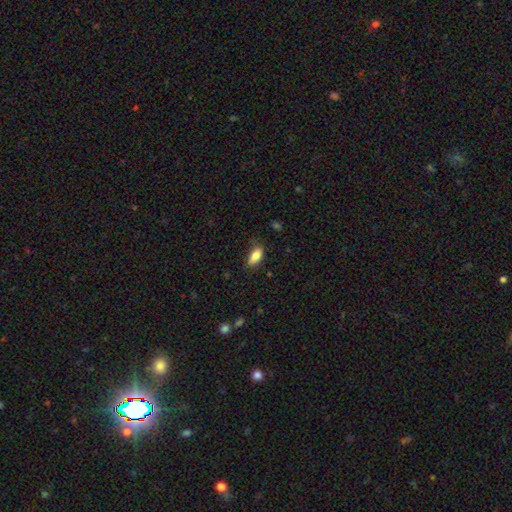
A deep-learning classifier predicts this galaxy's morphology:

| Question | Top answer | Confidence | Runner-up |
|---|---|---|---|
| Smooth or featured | smooth | 83% | featured or disk (9%) |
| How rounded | in between | 88% | cigar-shaped (9%) |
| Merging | none | 71% | minor disturbance (23%) |